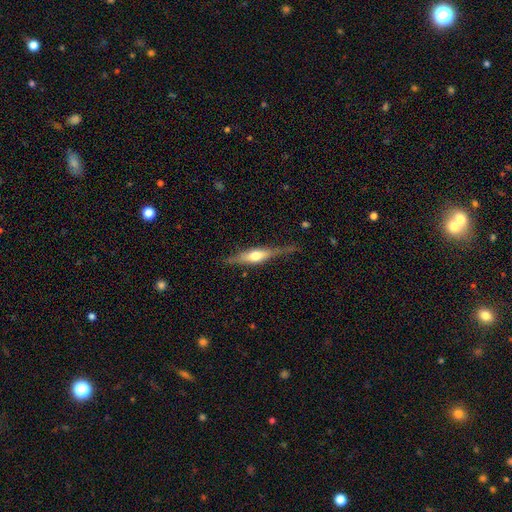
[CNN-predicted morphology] The model was most divided on "smooth or featured": featured or disk: 63%, smooth: 31%, star or artifact: 6%. More confident: edge-on disk — yes (94%); edge-on bulge — rounded (86%); merging — none (72%).